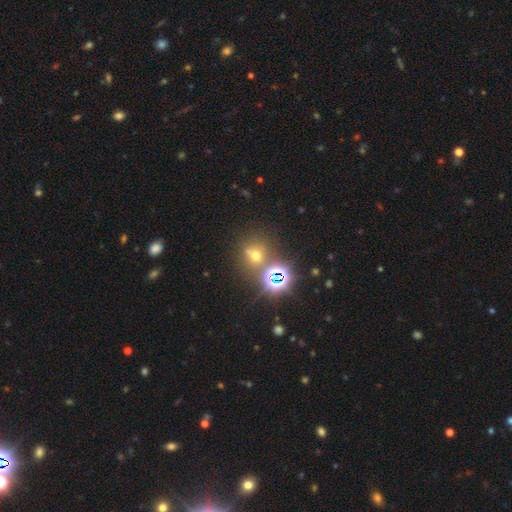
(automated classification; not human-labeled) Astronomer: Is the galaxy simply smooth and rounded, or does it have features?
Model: smooth — 44%, tied with star or artifact at 44%.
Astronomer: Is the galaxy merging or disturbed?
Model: none — 67%.